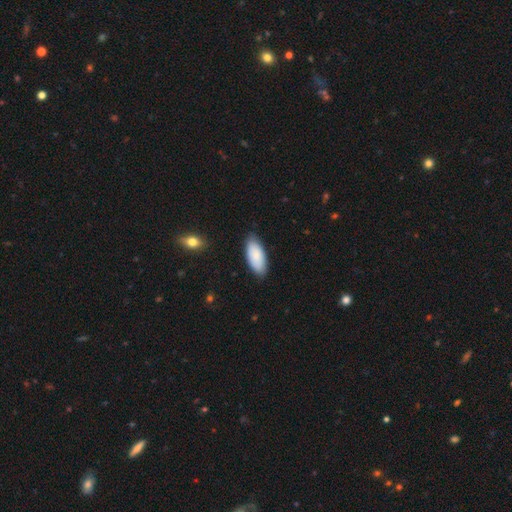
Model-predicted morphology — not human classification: A smooth galaxy with no disk features (83%) that is in between round and cigar-shaped (90%). Merging: none (82%).